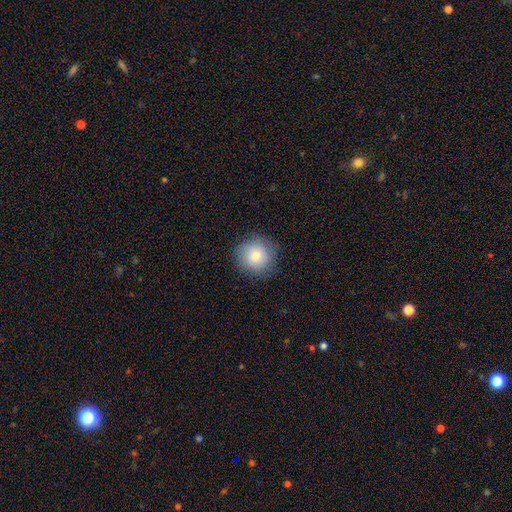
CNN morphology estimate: This is likely a smooth galaxy (79%). How rounded: clearly round (93%). Merging: clearly none (86%).